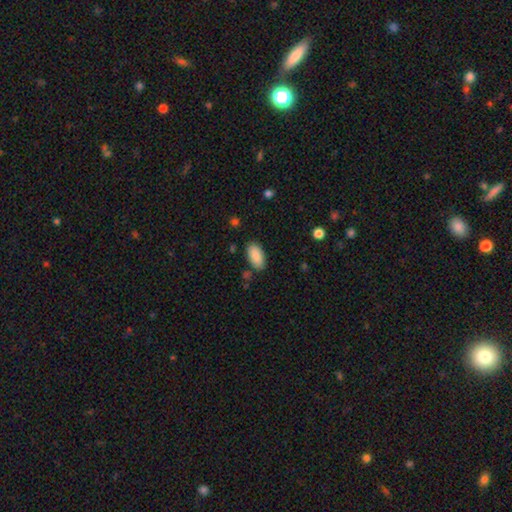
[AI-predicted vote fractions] Smooth or featured? smooth (89%)
How rounded? in between (94%)
Merging? none (84%)